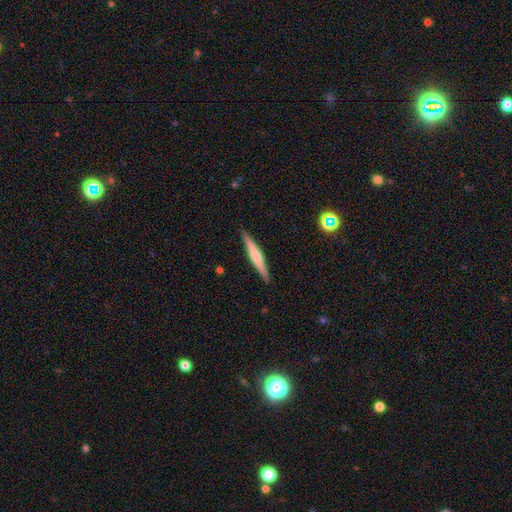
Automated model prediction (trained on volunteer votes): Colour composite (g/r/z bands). It shows a featured or disk galaxy (57%) viewed edge-on (98%) with a rounded central bulge (66%). Merging: none (91%).